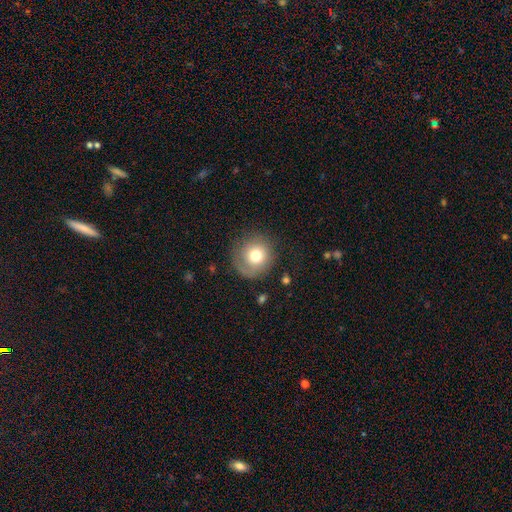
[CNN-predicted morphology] Smooth or featured: smooth — 67% (featured or disk — 23%)
How rounded: round — 92% (in between — 7%)
Merging: none — 73% (minor disturbance — 16%)